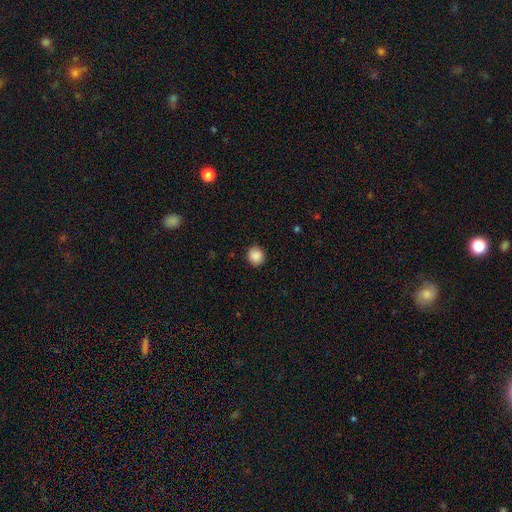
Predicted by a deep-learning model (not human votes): smooth 89%, star or artifact 9%, featured or disk 3%. Down the decision tree: how rounded — round (84%); merging — none (90%).